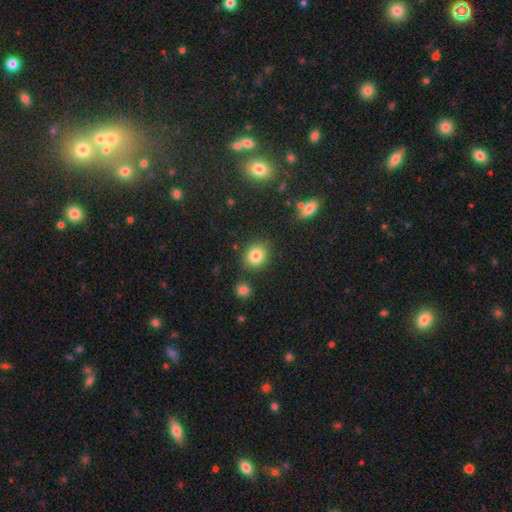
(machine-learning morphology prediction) This is clearly a smooth galaxy (81%). How rounded: likely round (72%). Merging: clearly none (83%).